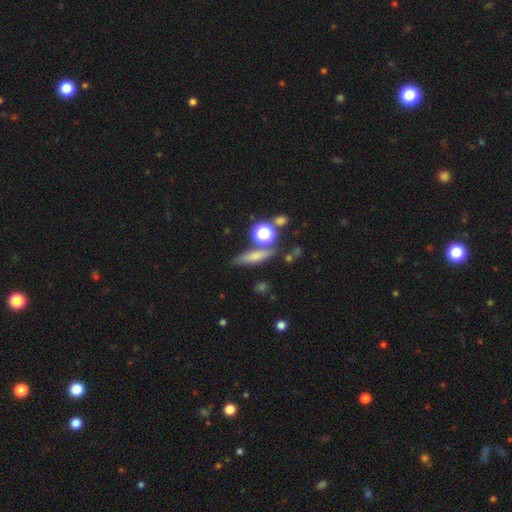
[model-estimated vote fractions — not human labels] Smooth or featured?
  - smooth: 63% *
  - featured or disk: 23%
  - star or artifact: 14%
How rounded?
  - cigar-shaped: 61% *
  - in between: 24%
  - round: 15%
Merging?
  - none: 72% *
  - minor disturbance: 13%
  - merger: 10%
  - major disturbance: 5%